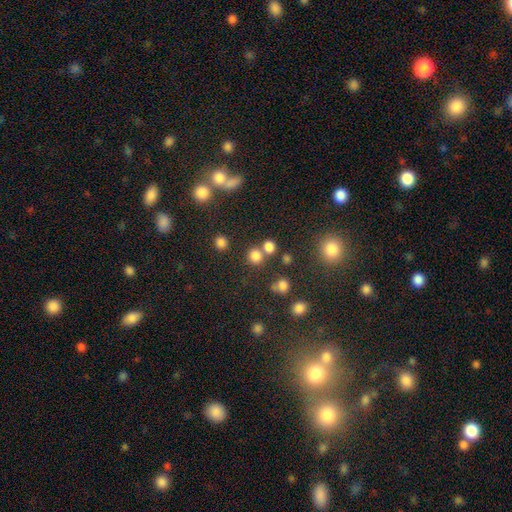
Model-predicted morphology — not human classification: This is likely a smooth galaxy (76%). How rounded: clearly round (85%). Merging: likely none (62%).